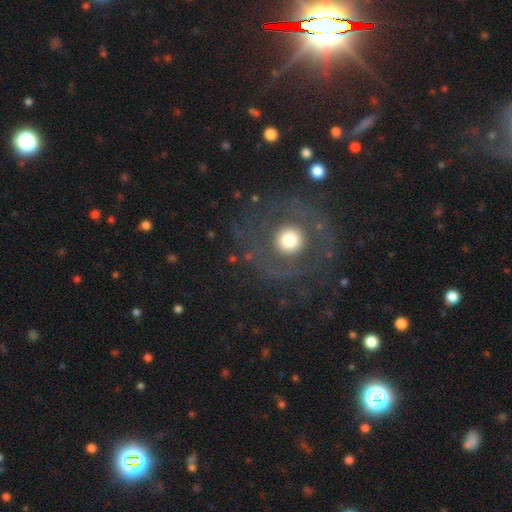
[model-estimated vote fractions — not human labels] smooth-or-featured: featured or disk: 51% | star or artifact: 25% | smooth: 24%
  disk-edge-on: no: 92% | yes: 8%
  merging: none: 79% | minor disturbance: 10% | major disturbance: 9% | merger: 2%